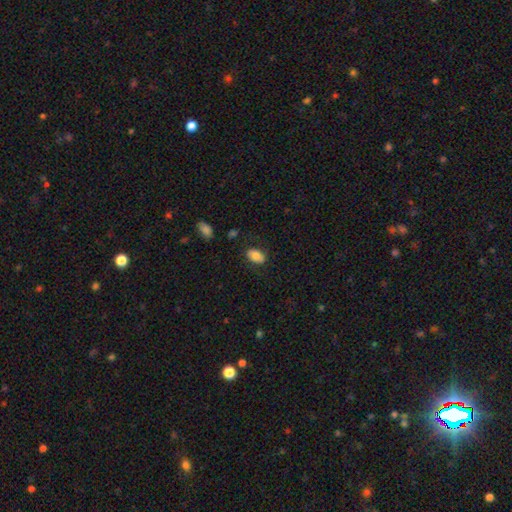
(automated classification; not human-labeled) Smooth or featured?
  - smooth: 80% *
  - featured or disk: 13%
  - star or artifact: 8%
How rounded?
  - in between: 91% *
  - round: 7%
  - cigar-shaped: 2%
Merging?
  - none: 77% *
  - minor disturbance: 16%
  - major disturbance: 5%
  - merger: 2%